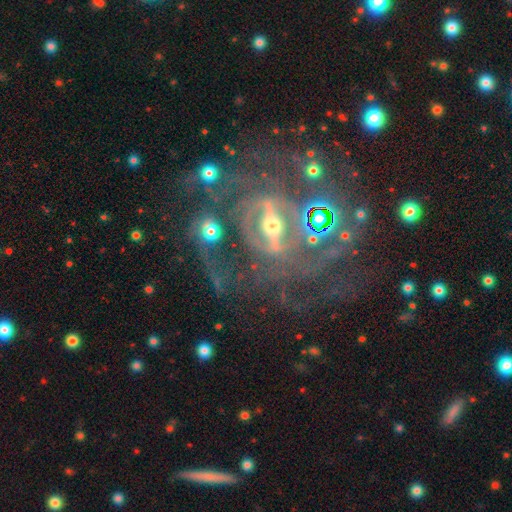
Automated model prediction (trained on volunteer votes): Smooth or featured? featured or disk (83%)
Edge-on disk? no (95%)
Bar? strong (40%)
Spiral arms? yes (87%)
Spiral winding? tight (61%)
Spiral arm count? can't tell (40%)
Bulge size? small (52%)
Merging? none (59%)